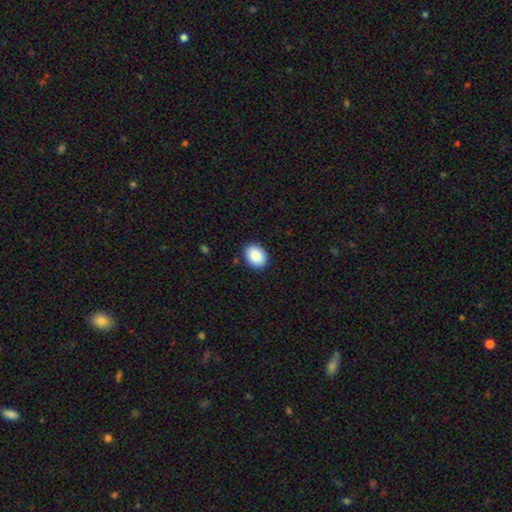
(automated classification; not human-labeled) A smooth galaxy with no disk features (89%) that is in between round and cigar-shaped (62%).

Vote fractions:
- Smooth or featured? smooth: 89% / star or artifact: 7% / featured or disk: 4%
- How rounded? in between: 62% / round: 37% / cigar-shaped: 1%
- Merging? none: 89% / minor disturbance: 8% / major disturbance: 2% / merger: 1%